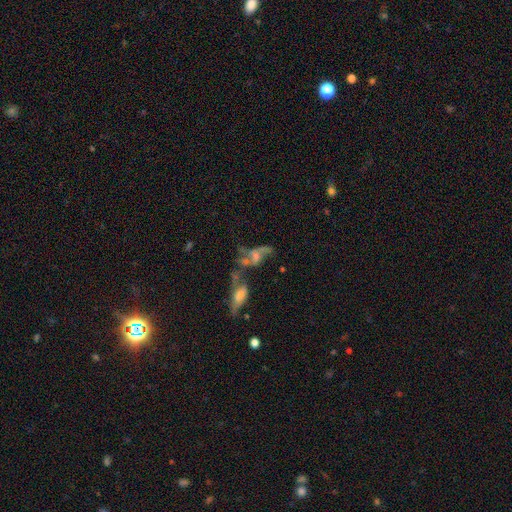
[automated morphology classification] type=featured or disk (54%); edge-on=no (90%); merging=merger (54%).